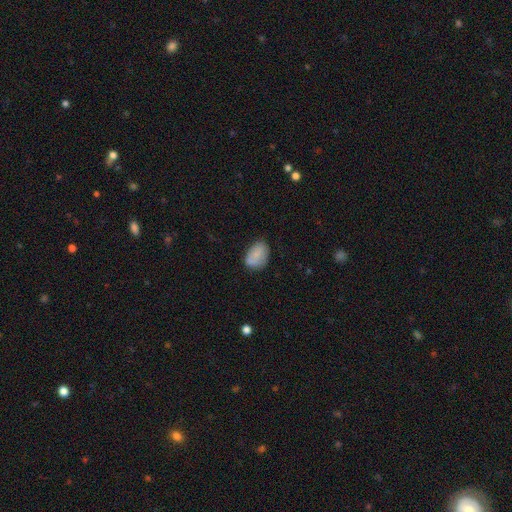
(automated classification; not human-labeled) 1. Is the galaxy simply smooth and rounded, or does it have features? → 82% smooth, 11% featured or disk, 8% star or artifact.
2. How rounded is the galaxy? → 83% in between, 16% round, 1% cigar-shaped.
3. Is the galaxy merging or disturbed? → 62% none, 27% minor disturbance, 6% major disturbance, 4% merger.